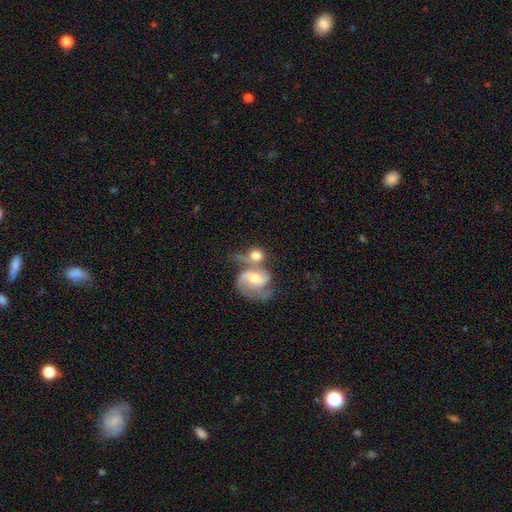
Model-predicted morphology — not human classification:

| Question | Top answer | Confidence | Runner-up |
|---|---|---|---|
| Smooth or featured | featured or disk | 50% | smooth (42%) |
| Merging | merger | 54% | none (27%) |